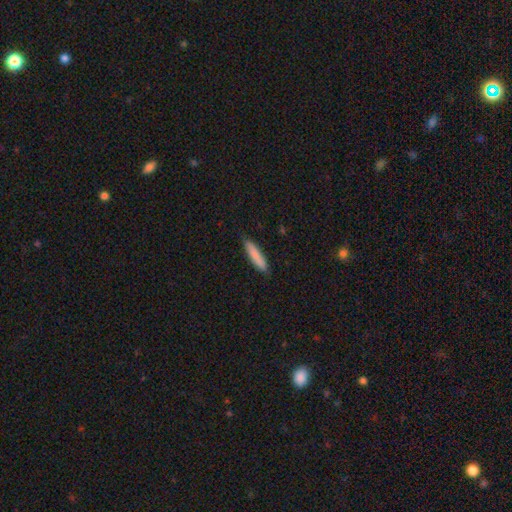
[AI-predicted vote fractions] smooth-or-featured: smooth: 85% | featured or disk: 10% | star or artifact: 6%
  how-rounded: cigar-shaped: 84% | in between: 15% | round: 1%
  merging: none: 88% | minor disturbance: 9% | major disturbance: 2% | merger: 1%